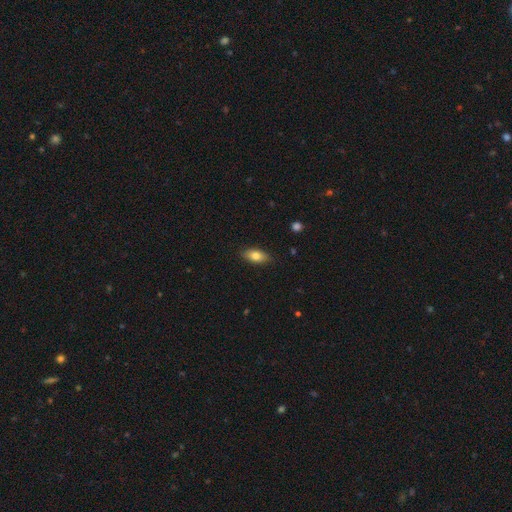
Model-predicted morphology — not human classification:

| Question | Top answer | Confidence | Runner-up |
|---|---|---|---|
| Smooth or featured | smooth | 79% | featured or disk (14%) |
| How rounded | in between | 86% | cigar-shaped (10%) |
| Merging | none | 86% | minor disturbance (11%) |